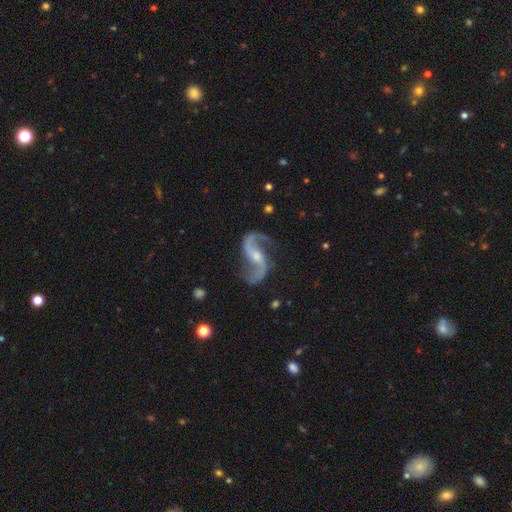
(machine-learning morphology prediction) A featured or disk galaxy (93%) with no bar (40%), 2 (94%) loose (66%) spiral arms (98%) and a small central bulge (51%). Merging: none (79%).